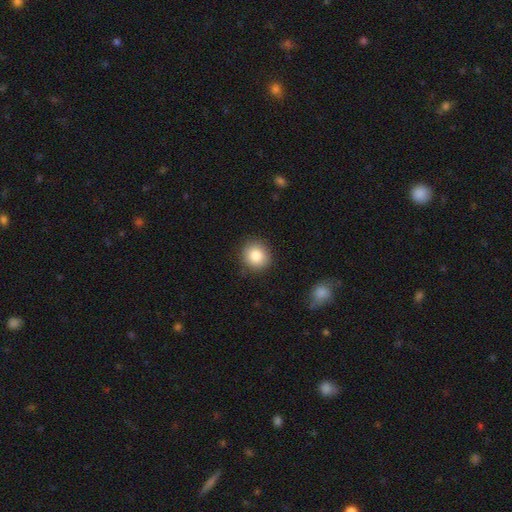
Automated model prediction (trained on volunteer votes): A smooth galaxy with no disk features (84%) that is round (89%).

Vote fractions:
- Smooth or featured? smooth: 84% / star or artifact: 9% / featured or disk: 7%
- How rounded? round: 89% / in between: 10% / cigar-shaped: 1%
- Merging? none: 88% / minor disturbance: 8% / major disturbance: 2% / merger: 1%